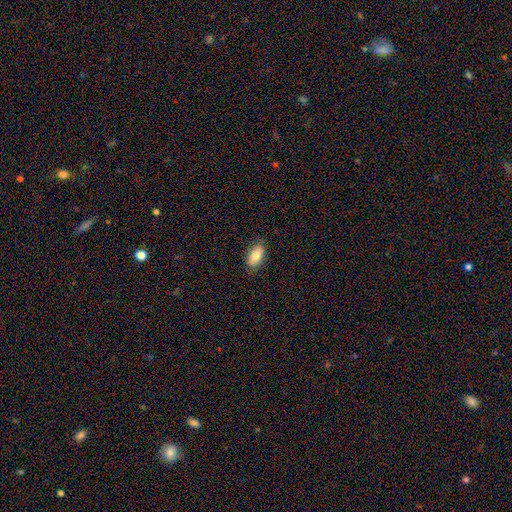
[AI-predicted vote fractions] smooth_or_featured: smooth (p=0.81) [alt: featured or disk p=0.12]
how_rounded: in between (p=0.91) [alt: cigar-shaped p=0.05]
merging: none (p=0.85) [alt: minor disturbance p=0.11]